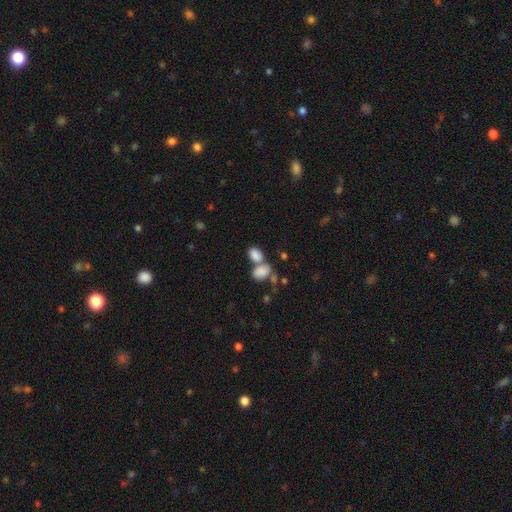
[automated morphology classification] A smooth galaxy with no disk features (83%) that is in between round and cigar-shaped (86%). Merging: merger (58%).